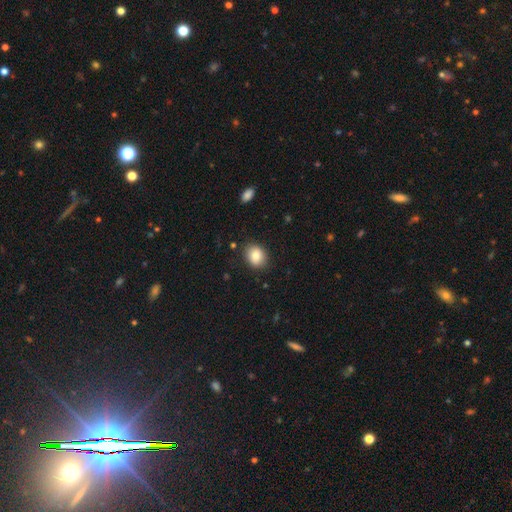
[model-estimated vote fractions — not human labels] A smooth galaxy with no disk features (84%) that is in between round and cigar-shaped (53%).

Vote fractions:
- Smooth or featured? smooth: 84% / star or artifact: 8% / featured or disk: 7%
- How rounded? in between: 53% / round: 46% / cigar-shaped: 1%
- Merging? none: 86% / minor disturbance: 10% / major disturbance: 3% / merger: 1%